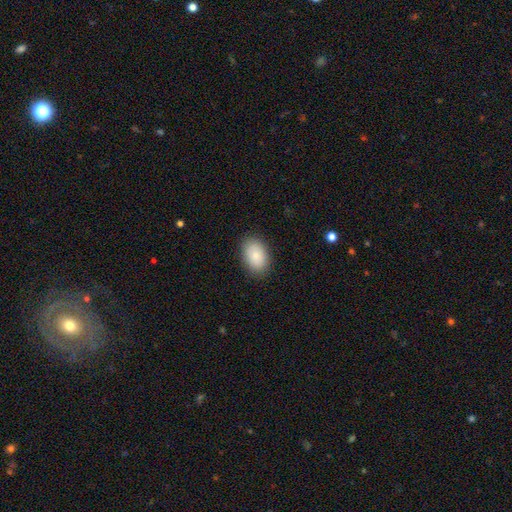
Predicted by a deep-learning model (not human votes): smooth-or-featured: smooth: 84% | featured or disk: 10% | star or artifact: 7%
  how-rounded: in between: 87% | round: 12% | cigar-shaped: 1%
  merging: none: 87% | minor disturbance: 10% | major disturbance: 2% | merger: 1%